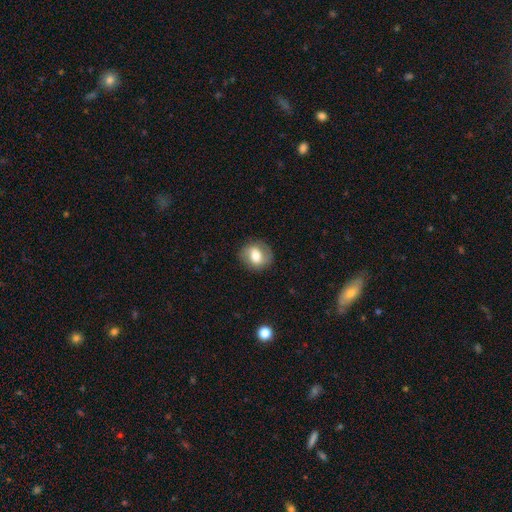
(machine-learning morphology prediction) smooth_or_featured: smooth (p=0.59) [alt: featured or disk p=0.32]
how_rounded: round (p=0.63) [alt: in between p=0.36]
merging: none (p=0.81) [alt: minor disturbance p=0.13]